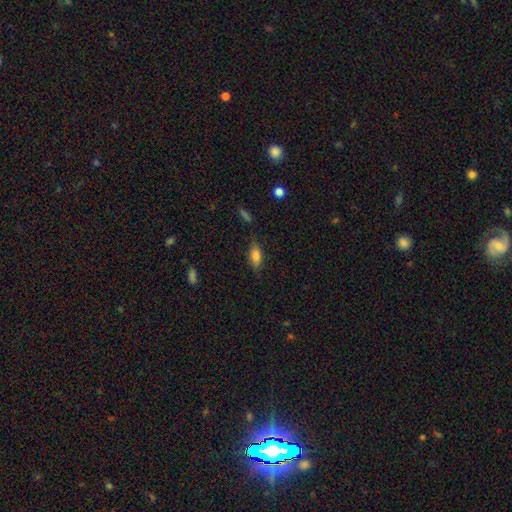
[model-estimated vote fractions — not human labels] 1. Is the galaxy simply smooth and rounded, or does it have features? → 76% smooth, 15% featured or disk, 9% star or artifact.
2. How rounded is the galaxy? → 78% in between, 19% cigar-shaped, 4% round.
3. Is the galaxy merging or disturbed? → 75% none, 17% minor disturbance, 4% major disturbance, 3% merger.